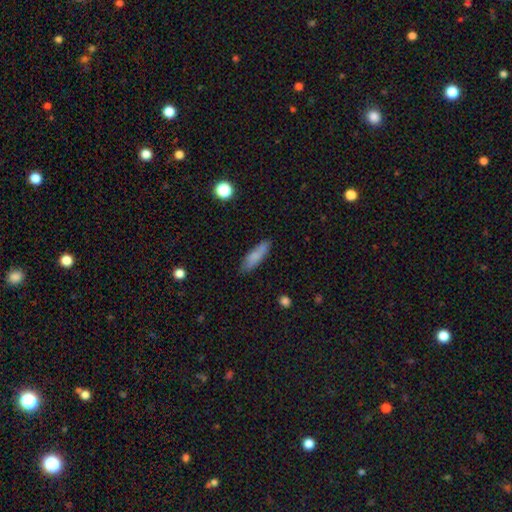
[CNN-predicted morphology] Smooth or featured?
  - smooth: 80% *
  - featured or disk: 13%
  - star or artifact: 7%
How rounded?
  - cigar-shaped: 62% *
  - in between: 36%
  - round: 2%
Merging?
  - none: 80% *
  - minor disturbance: 15%
  - major disturbance: 3%
  - merger: 2%